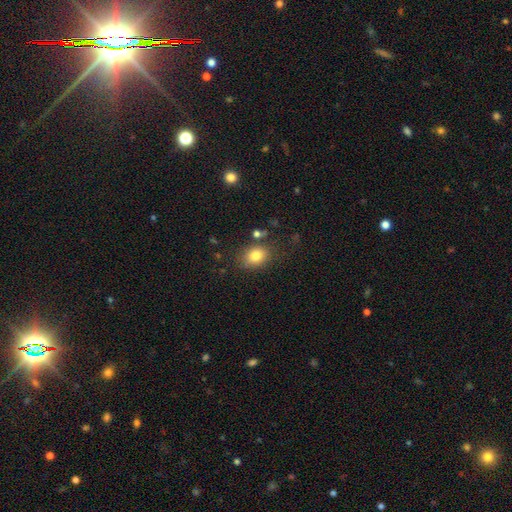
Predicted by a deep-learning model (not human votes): smooth-or-featured: smooth: 81% | star or artifact: 11% | featured or disk: 9%
  how-rounded: in between: 57% | round: 42% | cigar-shaped: 1%
  merging: none: 75% | minor disturbance: 15% | merger: 5% | major disturbance: 5%